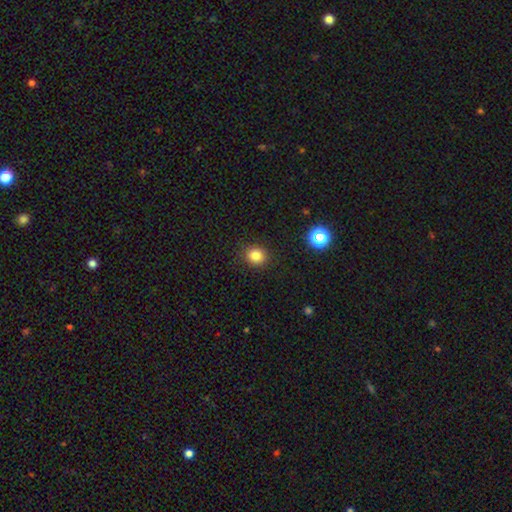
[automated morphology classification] A smooth galaxy with no disk features (83%) that is round (79%).

Vote fractions:
- Smooth or featured? smooth: 83% / star or artifact: 13% / featured or disk: 5%
- How rounded? round: 79% / in between: 20% / cigar-shaped: 1%
- Merging? none: 89% / minor disturbance: 8% / major disturbance: 2% / merger: 1%